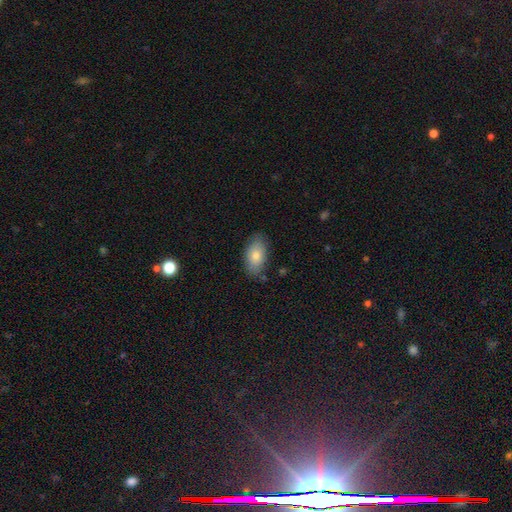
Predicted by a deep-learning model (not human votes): Q: Smooth or featured?
A: smooth (78%); runner-up: featured or disk (15%)
Q: How rounded?
A: in between (92%); runner-up: round (5%)
Q: Merging?
A: none (81%); runner-up: minor disturbance (15%)